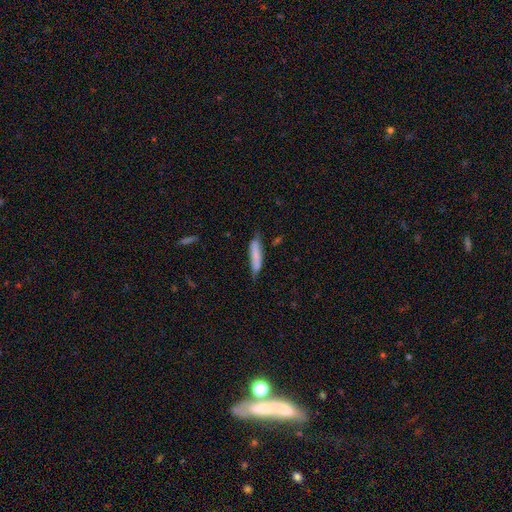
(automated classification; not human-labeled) smooth-or-featured: smooth: 75% | featured or disk: 19% | star or artifact: 6%
  how-rounded: cigar-shaped: 83% | in between: 15% | round: 1%
  merging: none: 60% | minor disturbance: 31% | major disturbance: 7% | merger: 3%